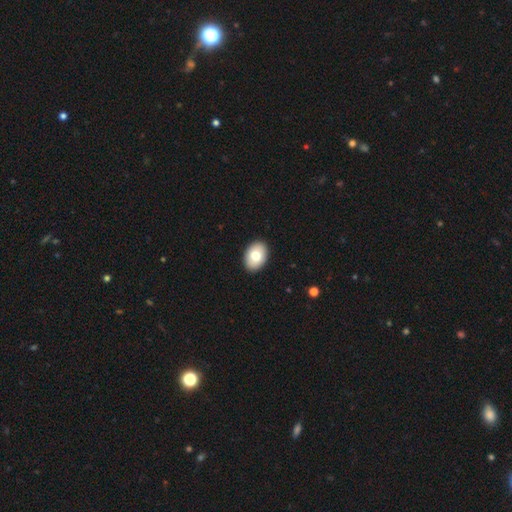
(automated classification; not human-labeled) smooth-or-featured: smooth: 79% | featured or disk: 14% | star or artifact: 7%
  how-rounded: in between: 84% | round: 15% | cigar-shaped: 1%
  merging: none: 91% | minor disturbance: 6% | major disturbance: 2% | merger: 1%